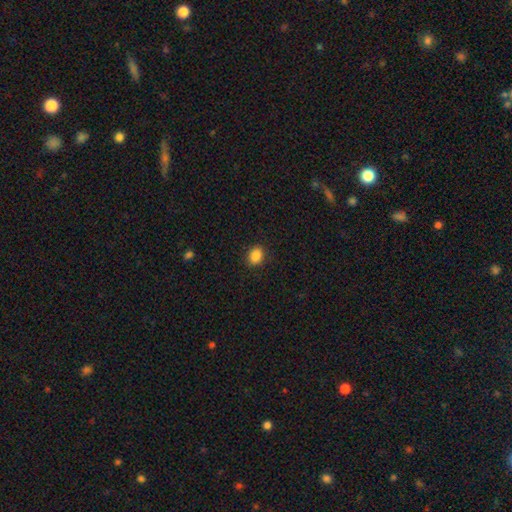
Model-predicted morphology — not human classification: Smooth or featured: smooth — 88% (star or artifact — 9%)
How rounded: in between — 55% (round — 44%)
Merging: none — 89% (minor disturbance — 8%)